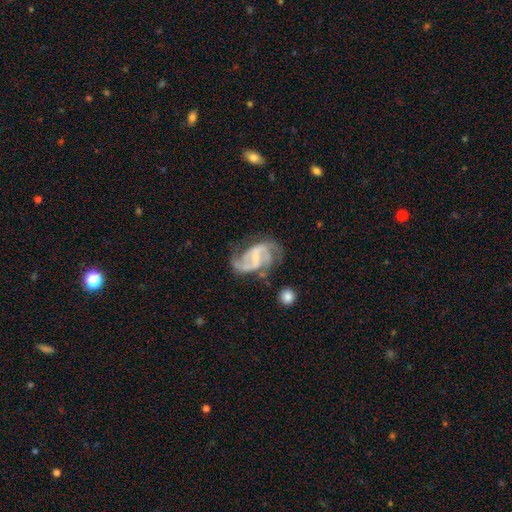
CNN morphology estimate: Smooth or featured? Predicted: featured or disk (p=0.88). Edge-on disk? Predicted: no (p=0.98). Bar? Predicted: weak (p=0.50). Spiral arms? Predicted: yes (p=0.96). Spiral winding? Predicted: medium (p=0.52). Spiral arm count? Predicted: 2 (p=0.66). Bulge size? Predicted: small (p=0.61). Merging? Predicted: none (p=0.55).